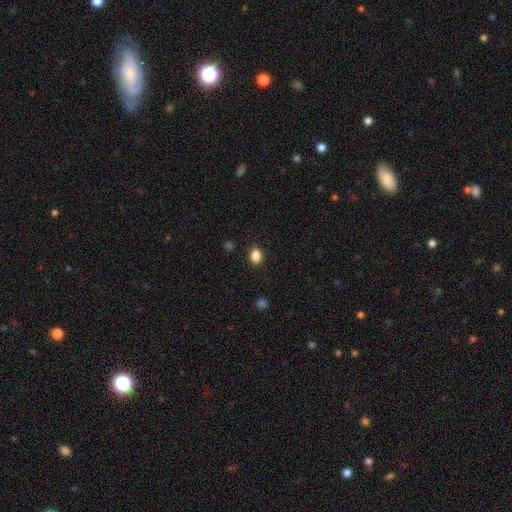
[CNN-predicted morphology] Smooth or featured?
  - smooth: 86% *
  - star or artifact: 11%
  - featured or disk: 4%
How rounded?
  - in between: 55% *
  - round: 44%
  - cigar-shaped: 1%
Merging?
  - none: 89% *
  - minor disturbance: 8%
  - major disturbance: 2%
  - merger: 1%